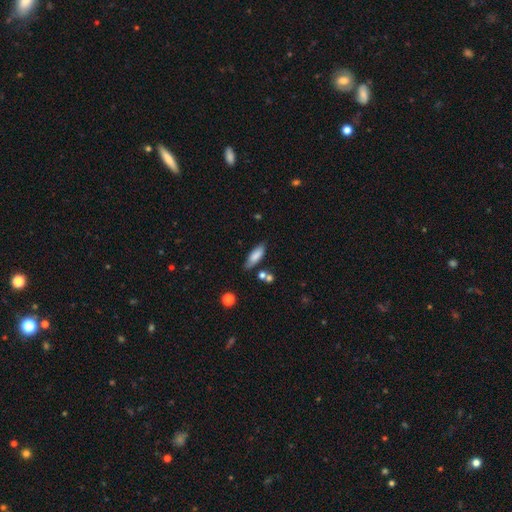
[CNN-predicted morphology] smooth-or-featured: smooth: 80% | featured or disk: 12% | star or artifact: 7%
  how-rounded: in between: 60% | cigar-shaped: 37% | round: 2%
  merging: none: 72% | minor disturbance: 18% | merger: 6% | major disturbance: 4%